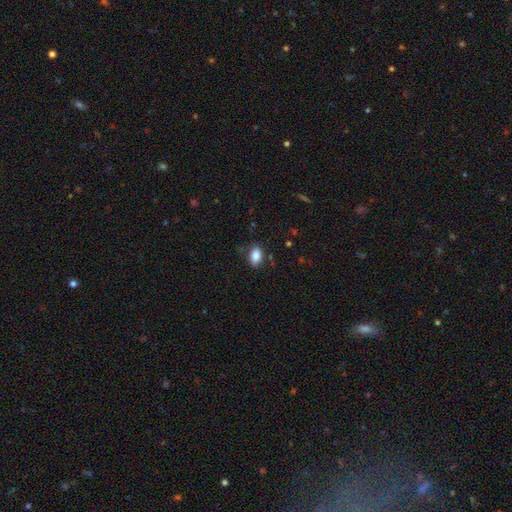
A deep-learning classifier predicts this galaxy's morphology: smooth-or-featured: smooth: 85% | star or artifact: 8% | featured or disk: 7%
  how-rounded: in between: 89% | round: 8% | cigar-shaped: 3%
  merging: none: 80% | minor disturbance: 14% | major disturbance: 3% | merger: 2%